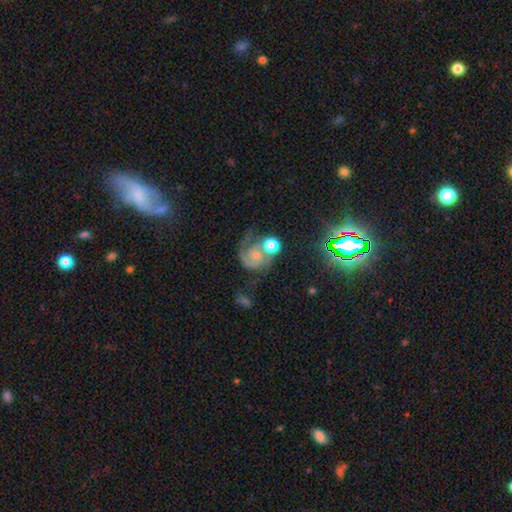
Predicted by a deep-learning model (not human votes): featured or disk 78%, smooth 13%, star or artifact 10%. Down the decision tree: edge-on disk — no (98%); bar — no (72%); spiral arms — yes (95%); spiral arm count — 2 (75%); spiral winding — medium (47%); bulge size — small (47%); merging — none (40%).